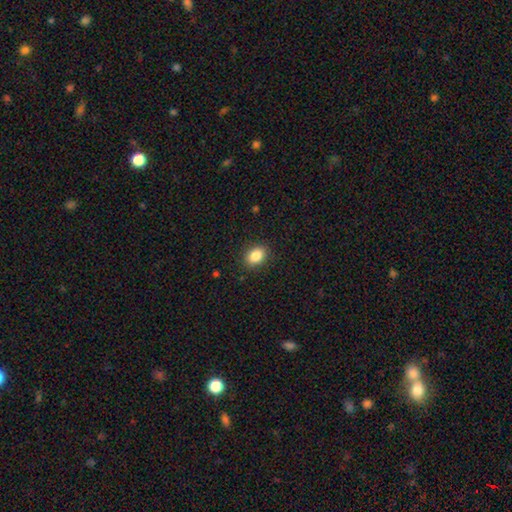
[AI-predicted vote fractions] The model was most divided on "how rounded": in between: 72%, round: 26%, cigar-shaped: 1%. More confident: merging — none (89%); smooth or featured — smooth (86%).